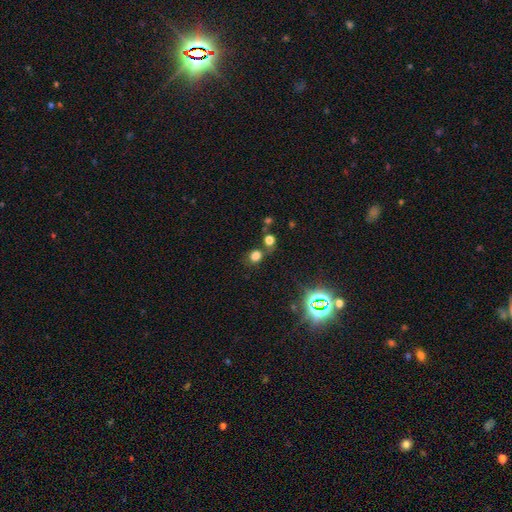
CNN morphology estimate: A smooth galaxy with no disk features (68%) that is round (71%). Merging: none (61%).